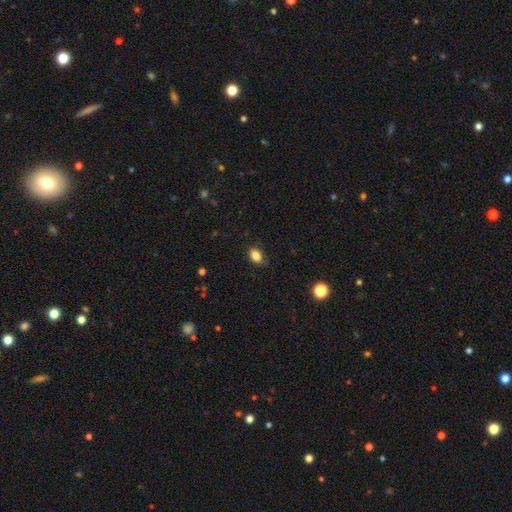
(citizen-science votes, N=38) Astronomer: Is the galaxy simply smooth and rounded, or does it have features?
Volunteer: smooth — 87%.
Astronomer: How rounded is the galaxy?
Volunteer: in between — 82%.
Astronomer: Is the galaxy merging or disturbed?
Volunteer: none — 70%.